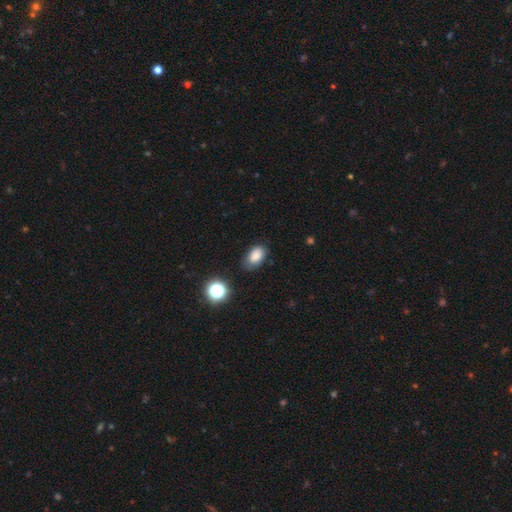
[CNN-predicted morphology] Q: Smooth or featured?
A: smooth (83%); runner-up: star or artifact (11%)
Q: How rounded?
A: in between (88%); runner-up: round (10%)
Q: Merging?
A: none (71%); runner-up: minor disturbance (22%)